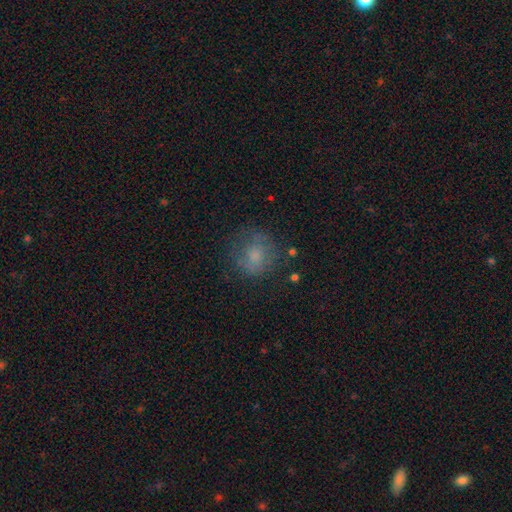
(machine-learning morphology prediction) Smooth or featured?
  - smooth: 66% *
  - featured or disk: 20%
  - star or artifact: 13%
How rounded?
  - round: 81% *
  - in between: 18%
  - cigar-shaped: 1%
Merging?
  - none: 66% *
  - minor disturbance: 19%
  - major disturbance: 12%
  - merger: 2%